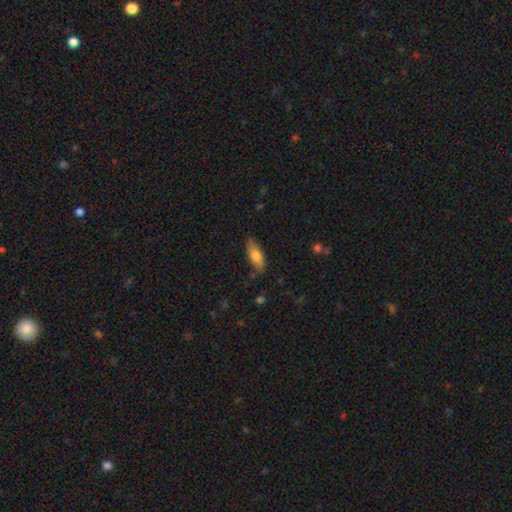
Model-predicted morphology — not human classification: Q: Smooth or featured?
A: smooth (74%); runner-up: featured or disk (20%)
Q: How rounded?
A: in between (74%); runner-up: cigar-shaped (24%)
Q: Merging?
A: none (80%); runner-up: minor disturbance (15%)